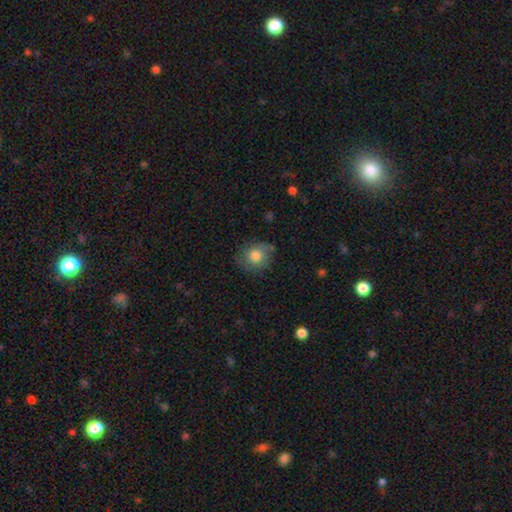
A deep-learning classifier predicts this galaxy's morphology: This appears to be a smooth galaxy with no disk features (78%) that is round (68%). Merging: none (70%).